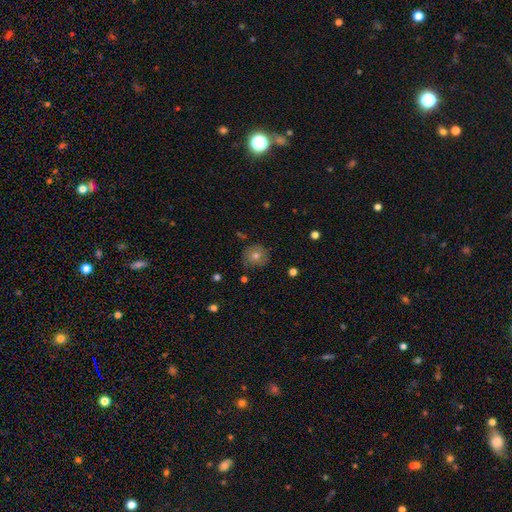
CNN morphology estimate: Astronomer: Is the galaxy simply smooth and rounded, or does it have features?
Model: smooth — 54% (runner-up: featured or disk, 33%).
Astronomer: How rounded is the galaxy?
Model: round — 90%.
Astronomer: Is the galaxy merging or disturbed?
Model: none — 78%.